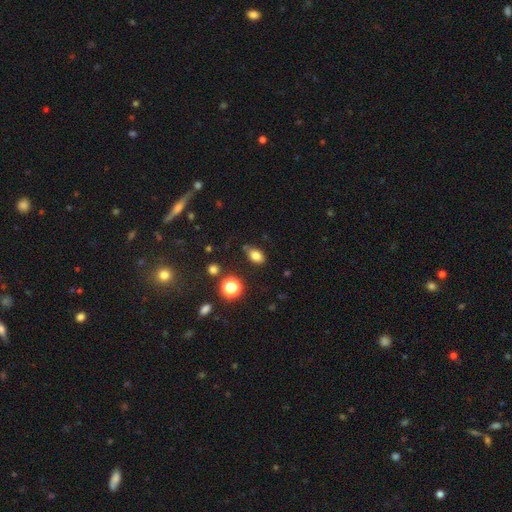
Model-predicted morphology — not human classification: Smooth or featured: smooth — 79% (star or artifact — 13%)
How rounded: in between — 85% (round — 13%)
Merging: none — 71% (minor disturbance — 21%)